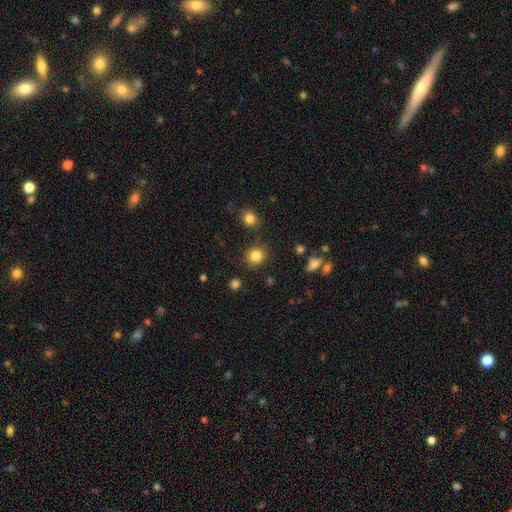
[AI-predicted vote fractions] Smooth or featured?
  - smooth: 84% *
  - star or artifact: 11%
  - featured or disk: 5%
How rounded?
  - round: 85% *
  - in between: 14%
  - cigar-shaped: 1%
Merging?
  - none: 86% *
  - minor disturbance: 8%
  - merger: 3%
  - major disturbance: 3%